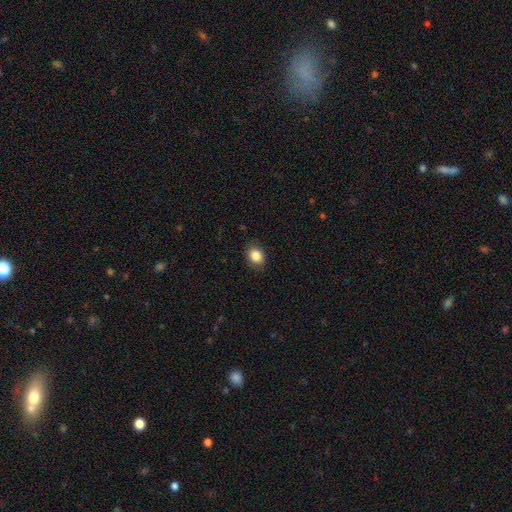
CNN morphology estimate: type=smooth (85%); roundness=in between (56%); merging=none (85%).